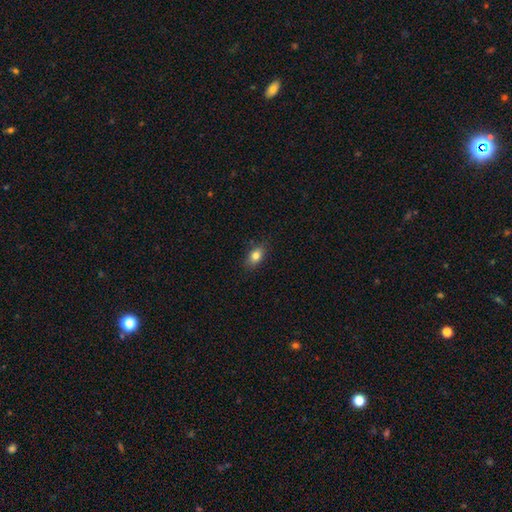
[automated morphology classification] This appears to be a smooth galaxy with no disk features (81%) that is in between round and cigar-shaped (81%). Merging: none (83%).